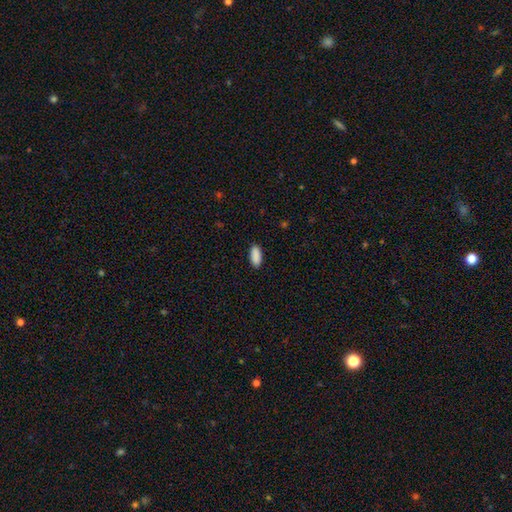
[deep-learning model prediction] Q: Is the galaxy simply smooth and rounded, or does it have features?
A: smooth — 90%.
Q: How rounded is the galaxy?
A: in between — 87%.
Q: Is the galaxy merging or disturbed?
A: none — 89%.